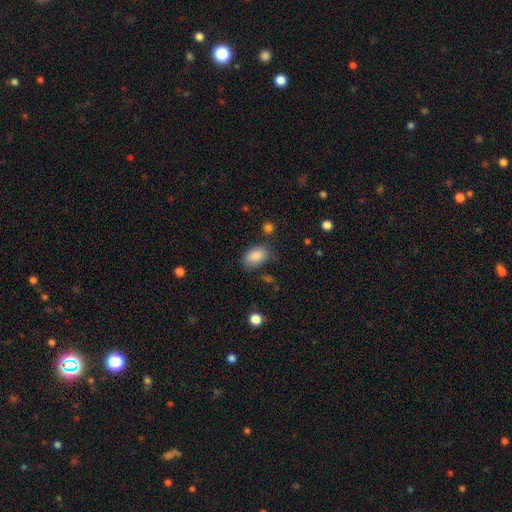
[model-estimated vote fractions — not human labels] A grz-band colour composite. It shows a smooth galaxy with no disk features (86%) that is in between round and cigar-shaped (85%). Merging: none (72%).